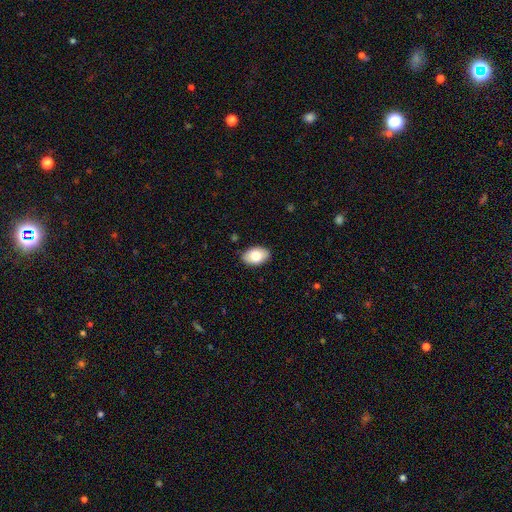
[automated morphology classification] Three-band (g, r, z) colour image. It shows a smooth galaxy with no disk features (81%) that is in between round and cigar-shaped (91%). Merging: none (87%).